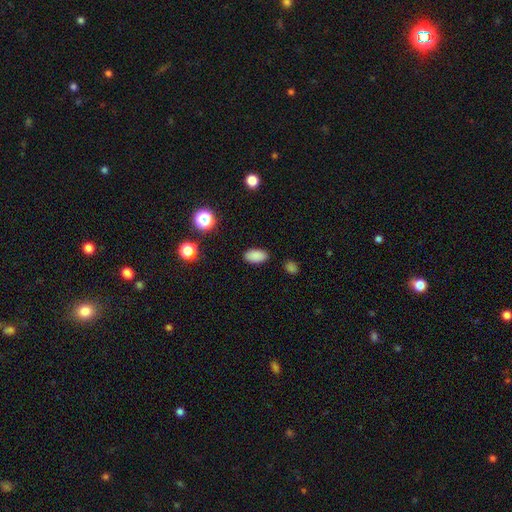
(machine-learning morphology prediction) Smooth or featured? Predicted: smooth (p=0.86). How rounded? Predicted: in between (p=0.93). Merging? Predicted: none (p=0.87).